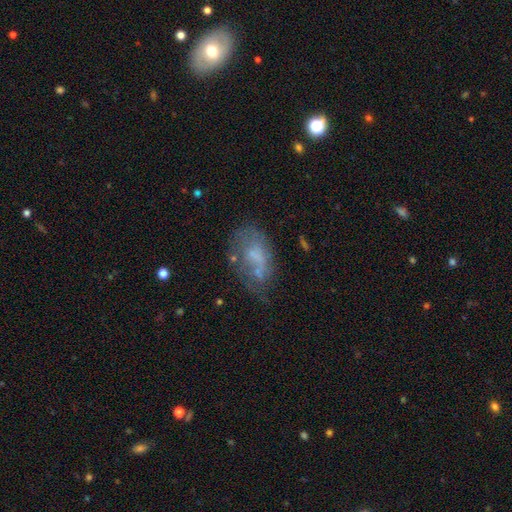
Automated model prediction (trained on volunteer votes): A featured or disk galaxy (45%).

Vote fractions:
- Smooth or featured? featured or disk: 45% / smooth: 43% / star or artifact: 11%
- Merging? none: 38% / minor disturbance: 27% / major disturbance: 26% / merger: 9%